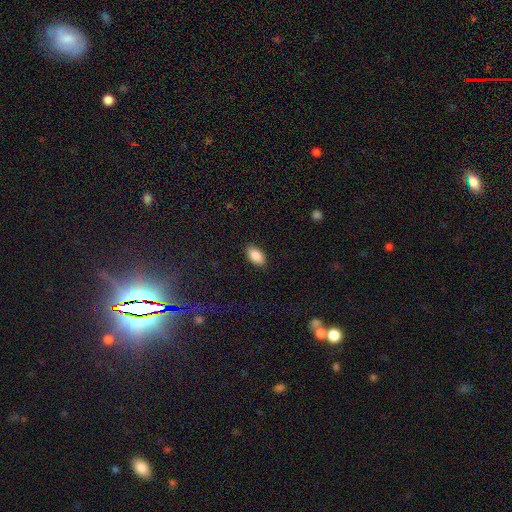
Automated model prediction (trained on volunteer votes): Smooth or featured? smooth (88%)
How rounded? in between (94%)
Merging? none (88%)